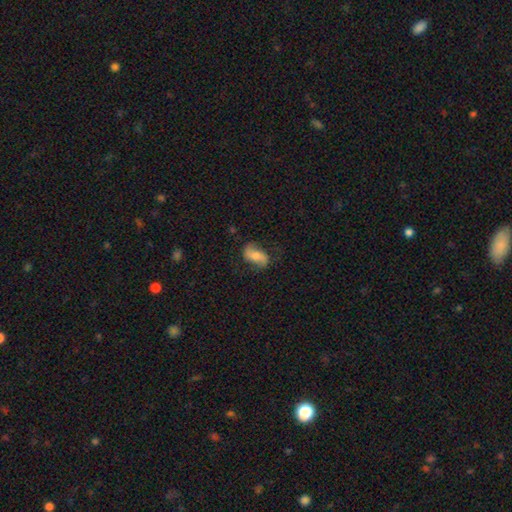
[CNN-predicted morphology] Smooth or featured? Predicted: smooth (p=0.51). How rounded? Predicted: in between (p=0.87). Merging? Predicted: none (p=0.69).